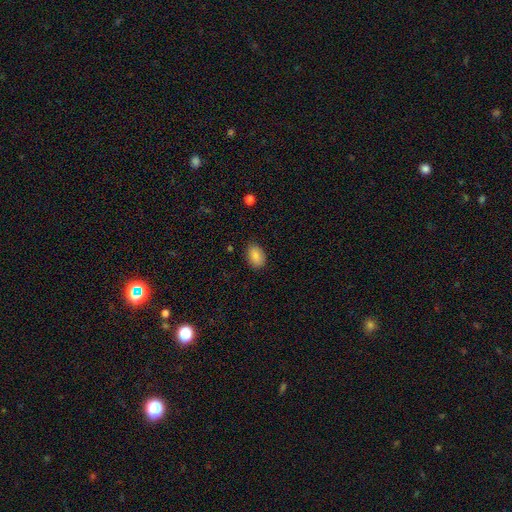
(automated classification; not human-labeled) Smooth or featured: smooth — 85% (star or artifact — 8%)
How rounded: in between — 89% (round — 10%)
Merging: none — 85% (minor disturbance — 11%)